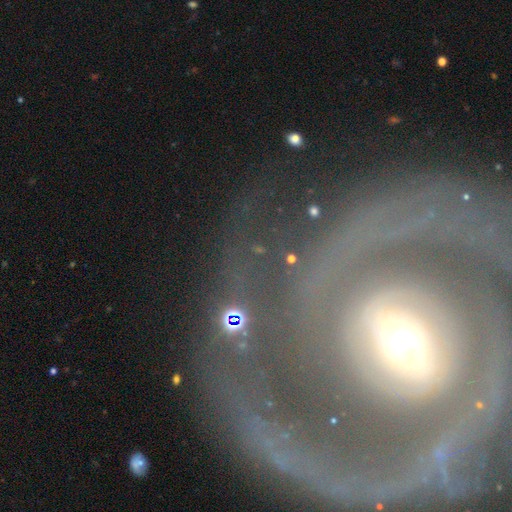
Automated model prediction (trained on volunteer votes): A featured or disk galaxy (84%) with a strong bar (39%), 2 (52%) tight (58%) spiral arms (85%) and a moderate central bulge (47%). Merging: none (66%).